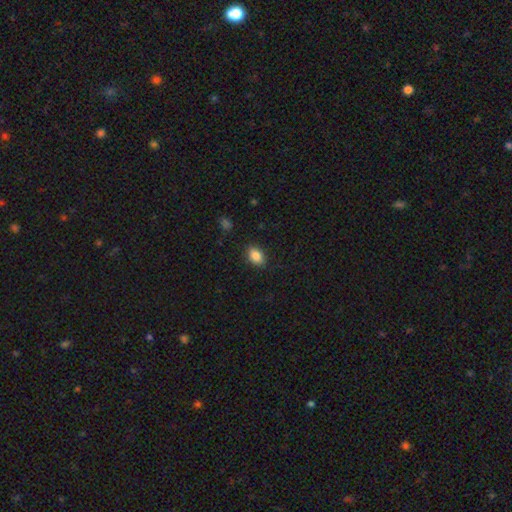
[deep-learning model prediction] A smooth galaxy with no disk features (87%) that is in between round and cigar-shaped (84%). Merging: none (87%).